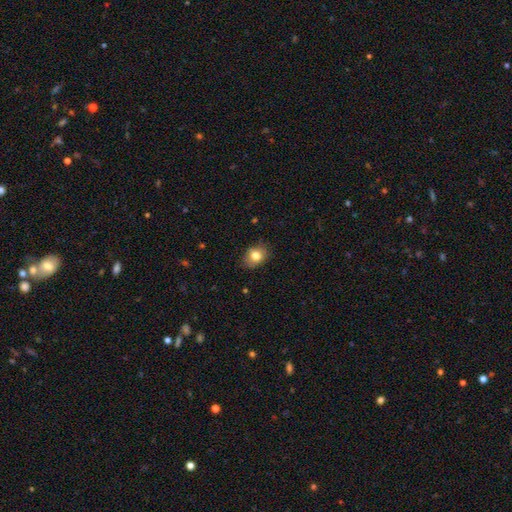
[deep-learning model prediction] Smooth or featured?
  - smooth: 79% *
  - featured or disk: 11%
  - star or artifact: 9%
How rounded?
  - in between: 60% *
  - round: 39%
  - cigar-shaped: 1%
Merging?
  - none: 80% *
  - minor disturbance: 16%
  - major disturbance: 3%
  - merger: 1%